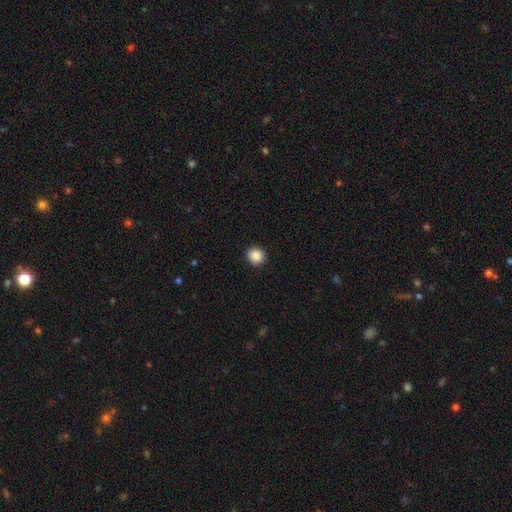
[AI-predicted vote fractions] Smooth or featured? smooth (87%)
How rounded? round (89%)
Merging? none (93%)